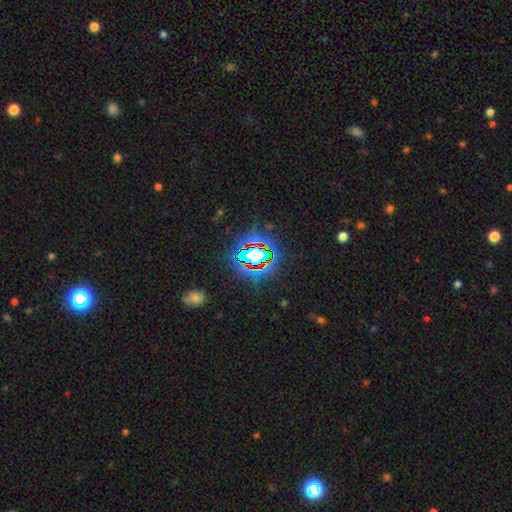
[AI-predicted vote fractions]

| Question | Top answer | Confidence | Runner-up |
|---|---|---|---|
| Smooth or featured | star or artifact | 74% | smooth (15%) |